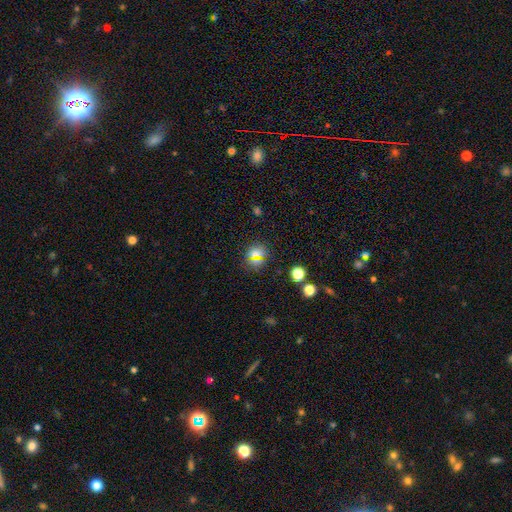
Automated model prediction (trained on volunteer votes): Smooth or featured? smooth (61%)
How rounded? round (77%)
Merging? none (84%)